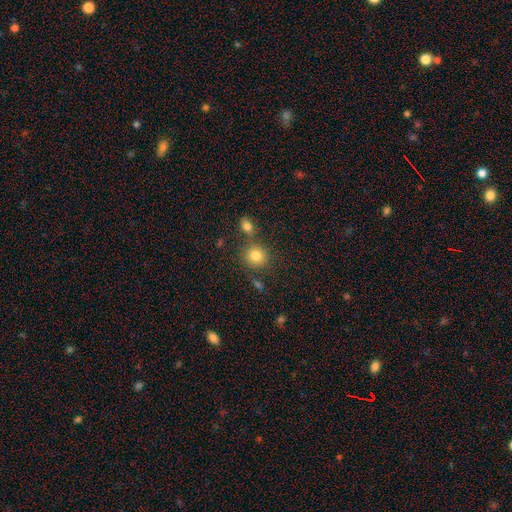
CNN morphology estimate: smooth 81%, star or artifact 11%, featured or disk 7%. Down the decision tree: how rounded — round (85%); merging — none (71%).